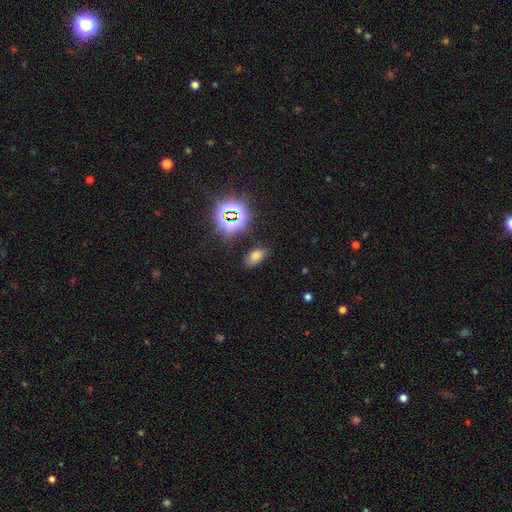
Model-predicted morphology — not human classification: A smooth galaxy with no disk features (66%) that is in between round and cigar-shaped (89%).

Vote fractions:
- Smooth or featured? smooth: 66% / star or artifact: 25% / featured or disk: 9%
- How rounded? in between: 89% / round: 8% / cigar-shaped: 3%
- Merging? none: 80% / minor disturbance: 13% / major disturbance: 4% / merger: 2%